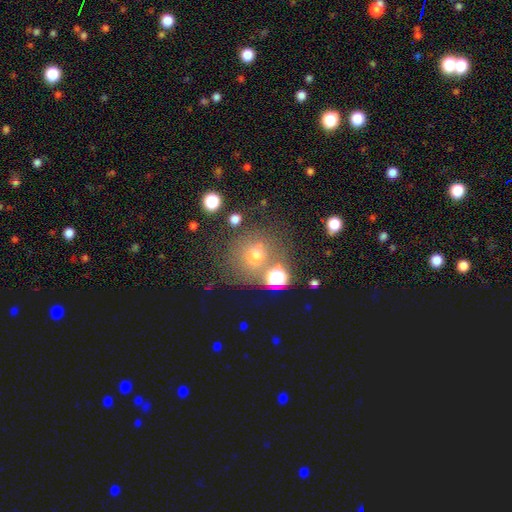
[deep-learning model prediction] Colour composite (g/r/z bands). It shows a smooth galaxy with no disk features (58%) that is round (86%). Merging: none (70%).